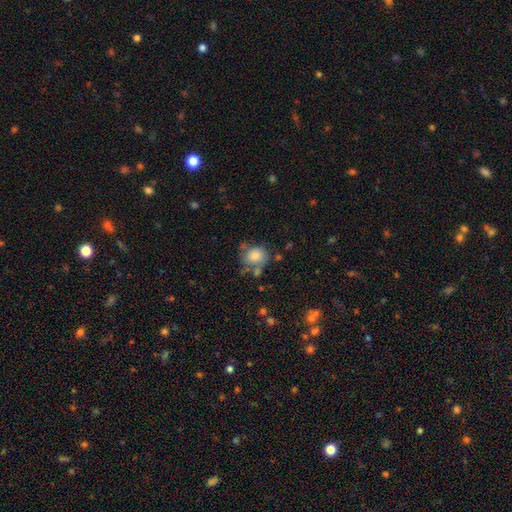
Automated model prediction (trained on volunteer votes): A smooth galaxy with no disk features (78%) that is round (67%).

Vote fractions:
- Smooth or featured? smooth: 78% / featured or disk: 13% / star or artifact: 9%
- How rounded? round: 67% / in between: 32% / cigar-shaped: 1%
- Merging? none: 51% / minor disturbance: 23% / merger: 15% / major disturbance: 11%